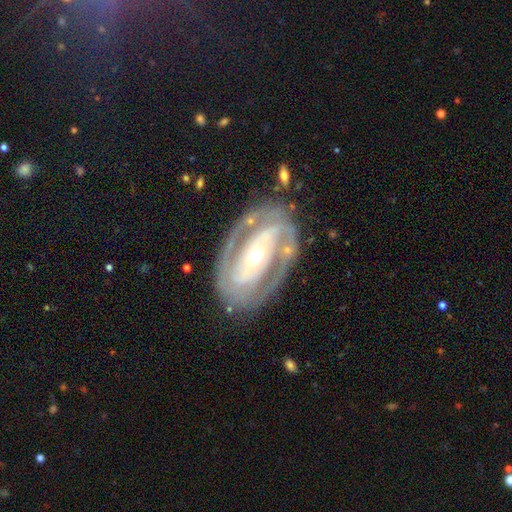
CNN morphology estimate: smooth-or-featured: featured or disk: 87% | smooth: 9% | star or artifact: 5%
  disk-edge-on: no: 95% | yes: 5%
    bar: strong: 44% | no: 31% | weak: 25%
    has-spiral-arms: yes: 86% | no: 14%
      spiral-winding: tight: 54% | medium: 35% | loose: 11%
      spiral-arm-count: 2: 83% | can't tell: 9% | 1: 3% | 3: 3% | 4: 1% | more than 4: 1%
    bulge-size: moderate: 57% | small: 34% | large: 7% | dominant: 1% | none: 1%
  merging: none: 79% | minor disturbance: 13% | major disturbance: 6% | merger: 2%